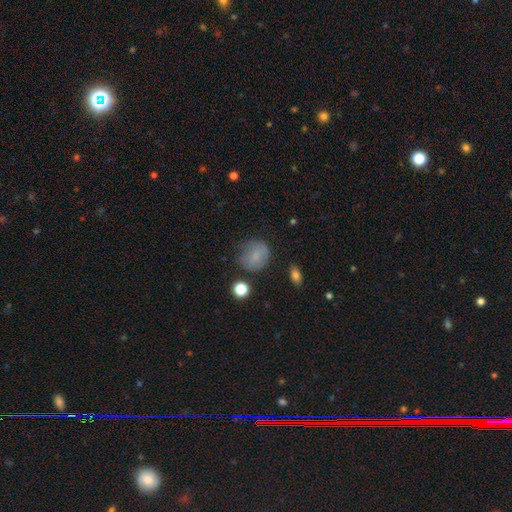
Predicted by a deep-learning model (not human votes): Smooth or featured? Predicted: smooth (p=0.76). How rounded? Predicted: round (p=0.75). Merging? Predicted: none (p=0.65).